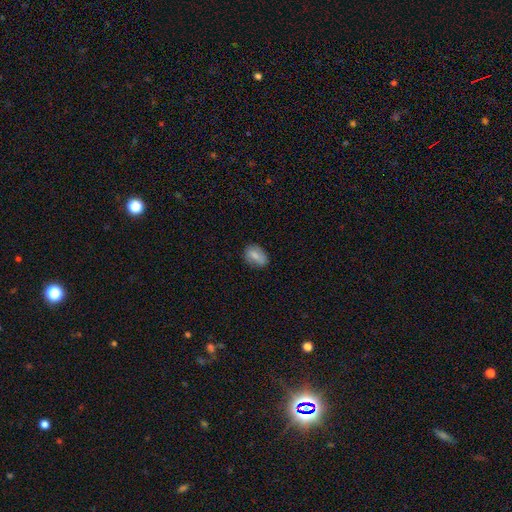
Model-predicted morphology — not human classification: This appears to be a smooth galaxy with no disk features (75%) that is in between round and cigar-shaped (76%). Merging: none (73%).